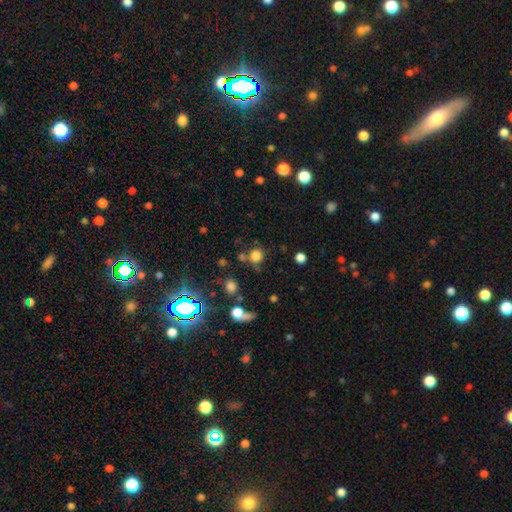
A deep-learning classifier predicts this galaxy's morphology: This is likely a smooth galaxy (77%). How rounded: clearly round (87%). Merging: likely none (66%).